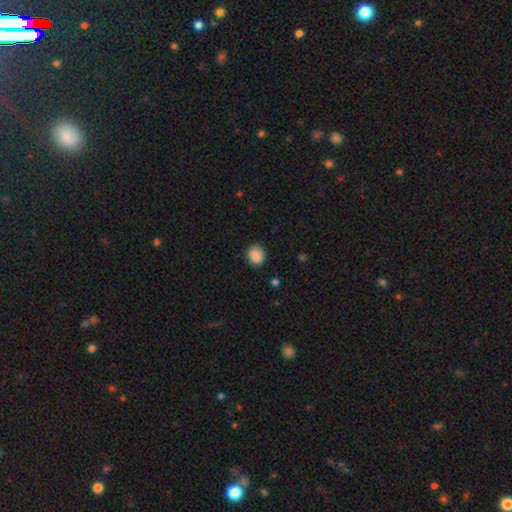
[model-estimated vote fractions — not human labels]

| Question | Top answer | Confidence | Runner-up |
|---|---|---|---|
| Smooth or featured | smooth | 87% | star or artifact (8%) |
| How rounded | round | 71% | in between (28%) |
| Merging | none | 86% | minor disturbance (11%) |